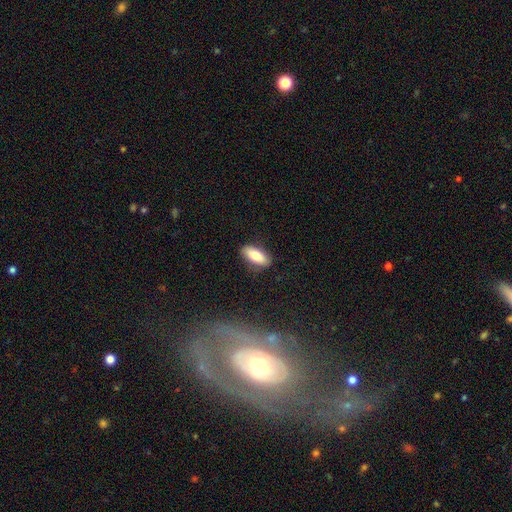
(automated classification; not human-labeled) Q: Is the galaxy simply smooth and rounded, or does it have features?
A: smooth — 78%.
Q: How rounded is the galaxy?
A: in between — 83%.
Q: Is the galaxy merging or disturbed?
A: none — 85%.